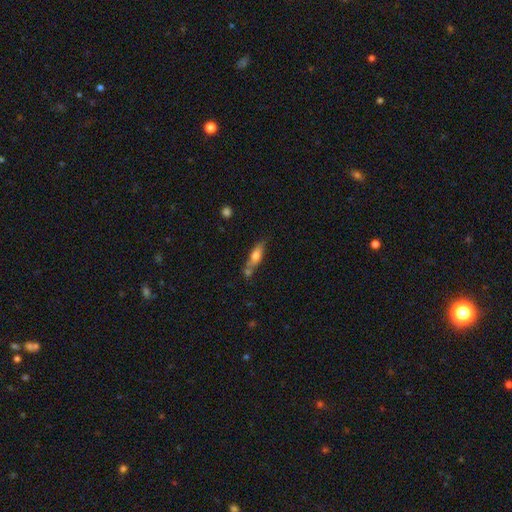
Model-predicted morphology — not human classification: Smooth or featured? Predicted: smooth (p=0.60). How rounded? Predicted: cigar-shaped (p=0.52). Merging? Predicted: none (p=0.52).